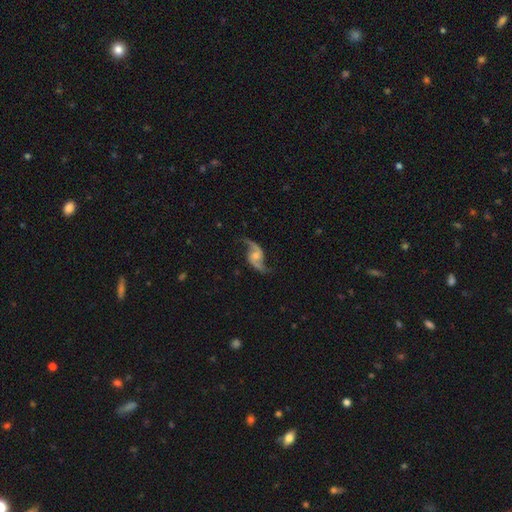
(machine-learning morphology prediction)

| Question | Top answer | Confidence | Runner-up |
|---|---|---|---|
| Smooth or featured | featured or disk | 90% | smooth (5%) |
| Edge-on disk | no | 97% | yes (3%) |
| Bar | no | 56% | weak (35%) |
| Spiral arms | yes | 97% | no (3%) |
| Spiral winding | loose | 79% | medium (17%) |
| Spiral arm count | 2 | 94% | 1 (2%) |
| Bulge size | small | 45% | moderate (41%) |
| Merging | none | 78% | minor disturbance (13%) |